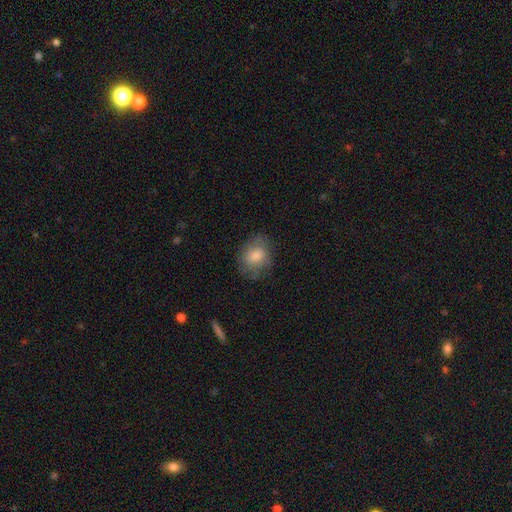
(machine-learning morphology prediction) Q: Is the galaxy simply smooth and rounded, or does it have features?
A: smooth — 75%.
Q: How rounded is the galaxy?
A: in between — 50%.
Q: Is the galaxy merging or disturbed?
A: none — 67%.